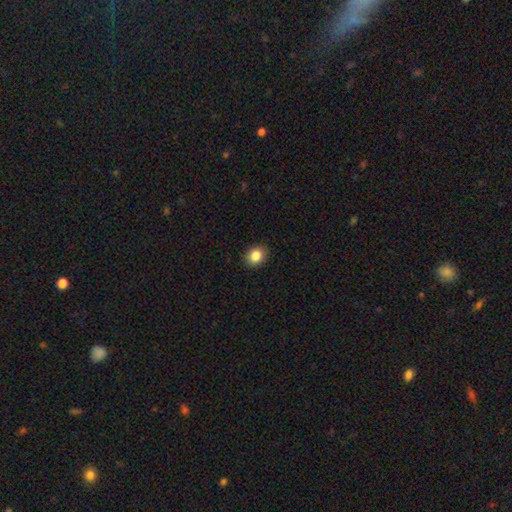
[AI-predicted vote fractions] smooth 86%, star or artifact 9%, featured or disk 5%. Down the decision tree: how rounded — round (61%); merging — none (90%).